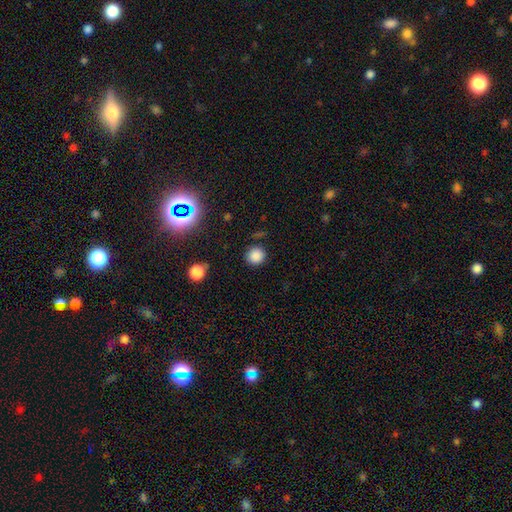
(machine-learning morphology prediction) The model was most divided on "smooth or featured": smooth: 83%, star or artifact: 13%, featured or disk: 4%. More confident: how rounded — round (91%); merging — none (86%).